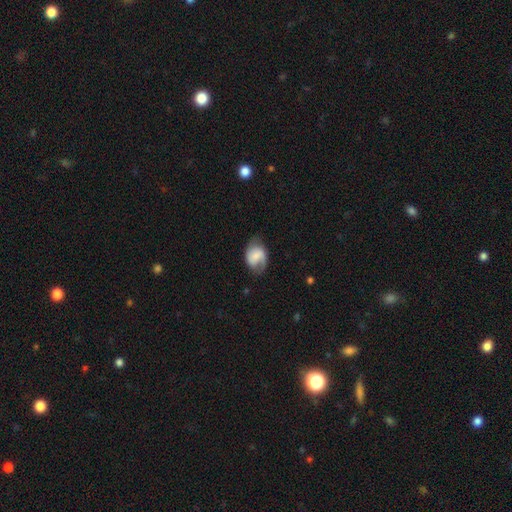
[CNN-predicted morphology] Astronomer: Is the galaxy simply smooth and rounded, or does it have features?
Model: featured or disk — 52% (runner-up: smooth, 40%).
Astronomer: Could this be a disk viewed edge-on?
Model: no — 97%.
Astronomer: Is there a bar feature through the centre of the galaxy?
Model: no — 46% (runner-up: weak, 39%).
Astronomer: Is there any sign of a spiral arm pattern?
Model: yes — 88%.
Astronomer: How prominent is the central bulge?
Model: small — 36% (runner-up: none, 25%).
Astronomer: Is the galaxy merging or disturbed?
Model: none — 58%.